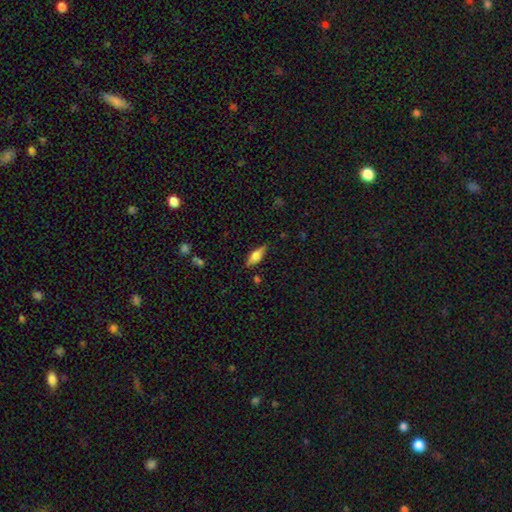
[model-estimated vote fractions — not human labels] The model was most divided on "smooth or featured": smooth: 63%, featured or disk: 30%, star or artifact: 7%. More confident: merging — none (81%); how rounded — in between (67%).